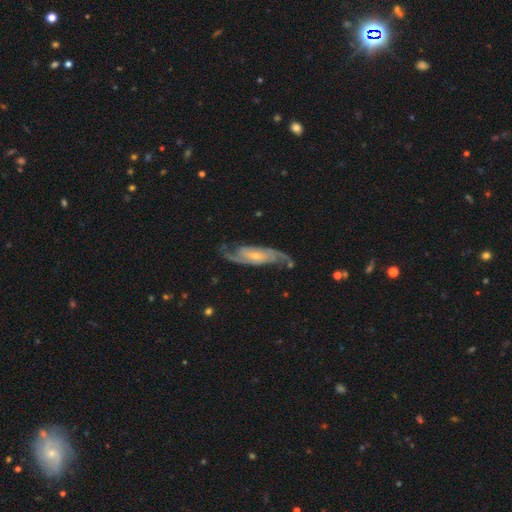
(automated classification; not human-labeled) Q: Smooth or featured?
A: featured or disk (90%); runner-up: smooth (6%)
Q: Edge-on disk?
A: no (92%); runner-up: yes (8%)
Q: Bar?
A: no (44%); runner-up: weak (39%)
Q: Spiral arms?
A: yes (98%); runner-up: no (2%)
Q: Spiral winding?
A: medium (49%); runner-up: tight (26%)
Q: Spiral arm count?
A: 2 (88%); runner-up: can't tell (4%)
Q: Bulge size?
A: small (62%); runner-up: moderate (32%)
Q: Merging?
A: none (75%); runner-up: minor disturbance (16%)